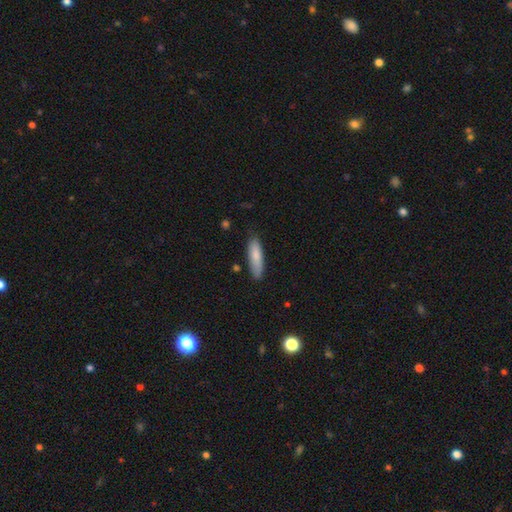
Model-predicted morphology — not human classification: A smooth galaxy with no disk features (83%) that is cigar-shaped (62%). Merging: none (81%).